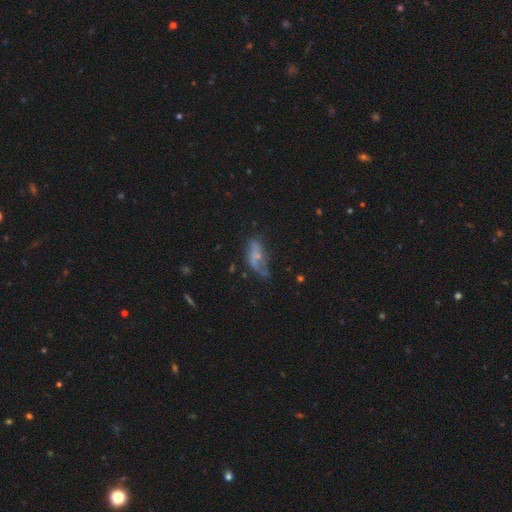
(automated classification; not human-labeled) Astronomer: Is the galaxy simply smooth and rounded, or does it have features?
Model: featured or disk — 52% (runner-up: smooth, 38%).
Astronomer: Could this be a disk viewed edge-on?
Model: no — 89%.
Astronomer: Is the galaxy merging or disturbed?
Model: none — 40% (runner-up: minor disturbance, 30%).